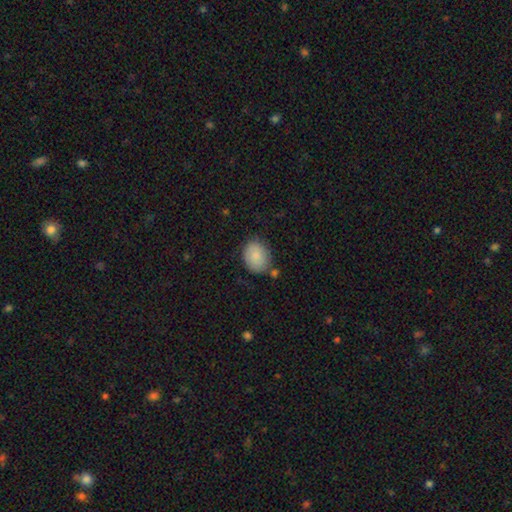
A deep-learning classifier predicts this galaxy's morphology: Smooth or featured? smooth (86%)
How rounded? in between (63%)
Merging? none (75%)